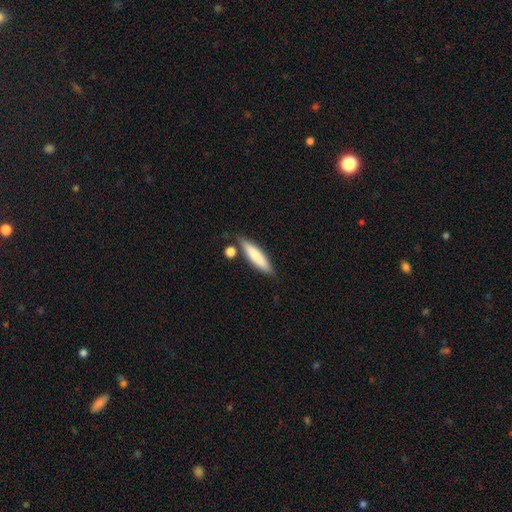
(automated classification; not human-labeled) Morphology: type=smooth (74%); roundness=cigar-shaped (78%); merging=none (73%).